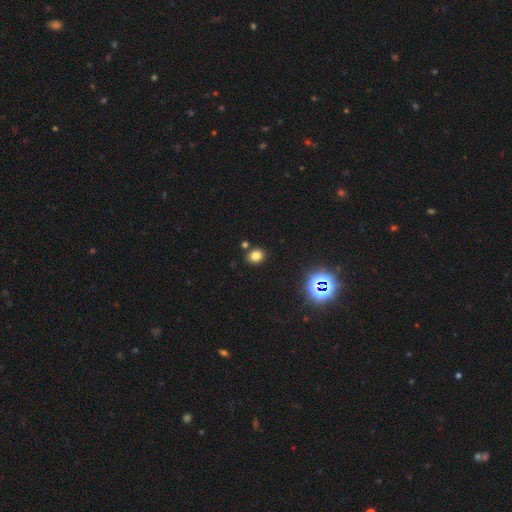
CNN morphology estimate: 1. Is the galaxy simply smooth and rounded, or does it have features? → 78% smooth, 16% star or artifact, 6% featured or disk.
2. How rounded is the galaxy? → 52% round, 47% in between, 1% cigar-shaped.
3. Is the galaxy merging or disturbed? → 81% none, 9% minor disturbance, 7% merger, 3% major disturbance.